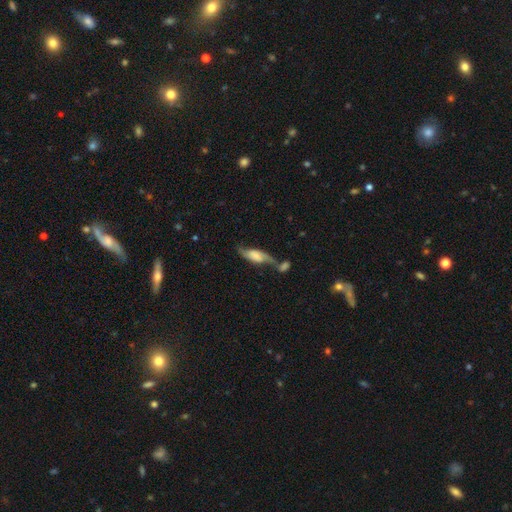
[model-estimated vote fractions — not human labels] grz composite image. It shows a featured or disk galaxy (54%). Merging: merger (35%, tied with none).